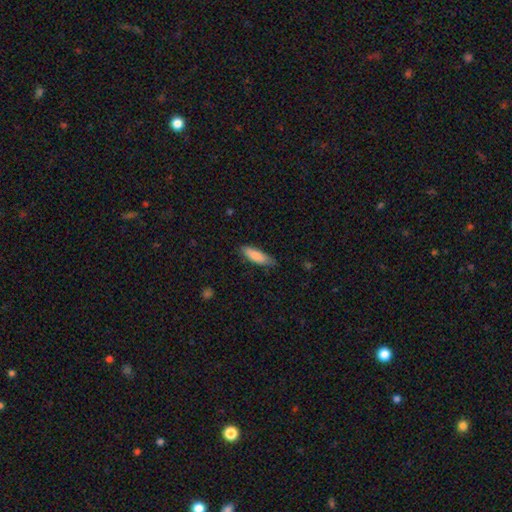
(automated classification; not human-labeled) This appears to be a smooth galaxy with no disk features (85%) that is cigar-shaped (50%). Merging: none (76%).